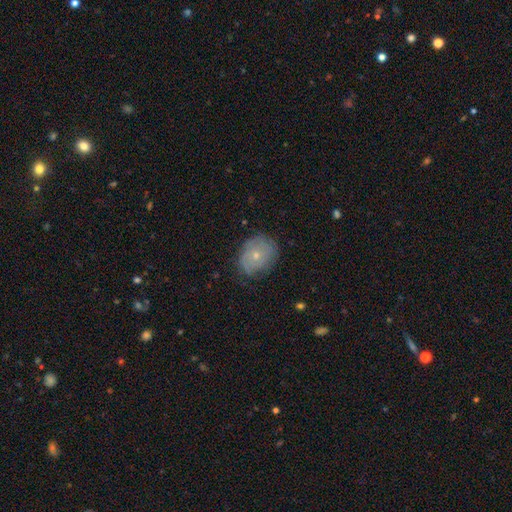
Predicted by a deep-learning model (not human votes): Overall: smooth (52%; featured or disk 40%). How rounded: round (50%; in between 49%). Merging: none (70%).